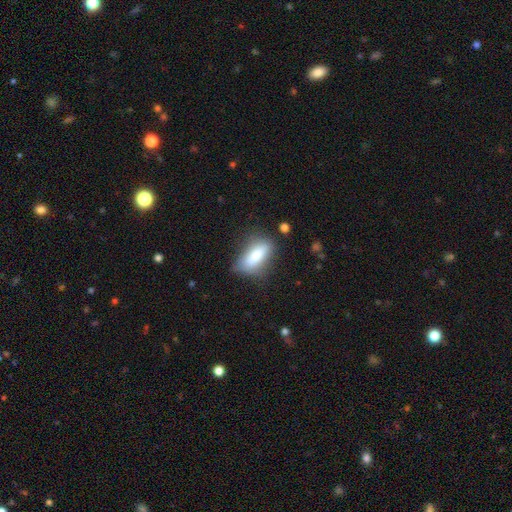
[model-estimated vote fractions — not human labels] smooth 76%, featured or disk 17%, star or artifact 7%. Down the decision tree: how rounded — in between (70%); merging — none (69%).